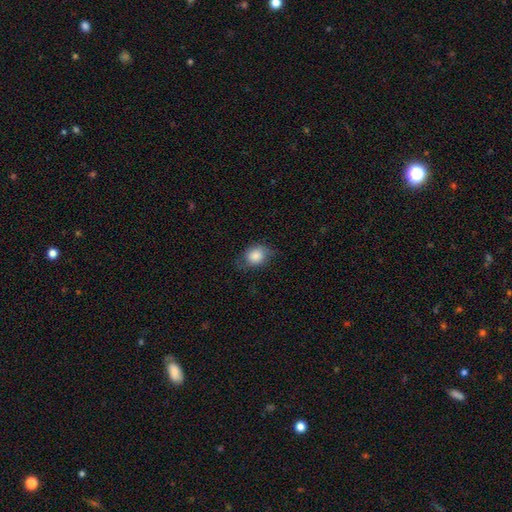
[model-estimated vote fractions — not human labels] A smooth galaxy with no disk features (79%) that is in between round and cigar-shaped (53%).

Vote fractions:
- Smooth or featured? smooth: 79% / featured or disk: 13% / star or artifact: 8%
- How rounded? in between: 53% / round: 46% / cigar-shaped: 1%
- Merging? none: 67% / minor disturbance: 24% / major disturbance: 8% / merger: 1%